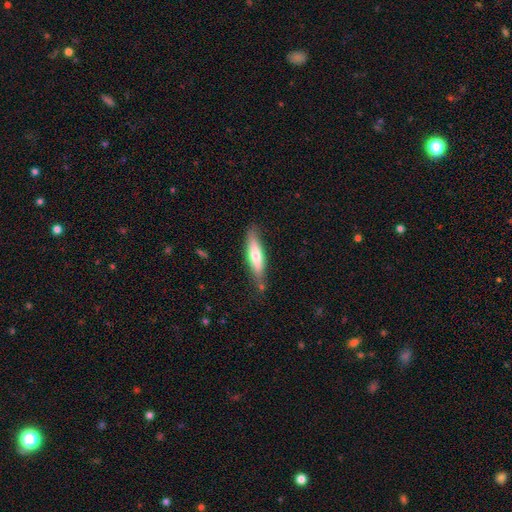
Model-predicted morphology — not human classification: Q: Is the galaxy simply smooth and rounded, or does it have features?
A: smooth — 60%.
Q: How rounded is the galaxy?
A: cigar-shaped — 70%.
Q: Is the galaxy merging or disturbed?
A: none — 75%.